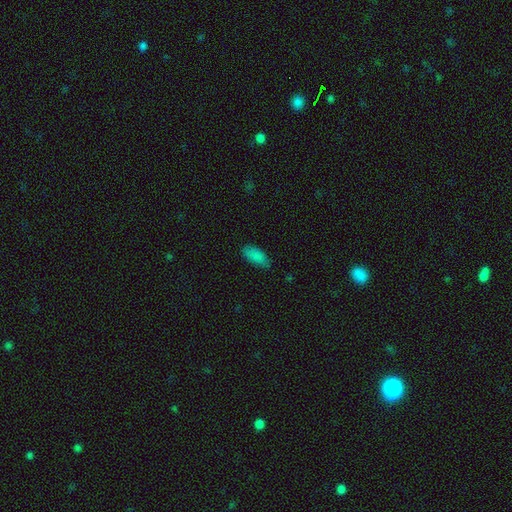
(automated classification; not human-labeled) The model was most divided on "merging": none: 75%, minor disturbance: 20%, major disturbance: 4%, merger: 1%. More confident: how rounded — in between (88%); smooth or featured — smooth (86%).